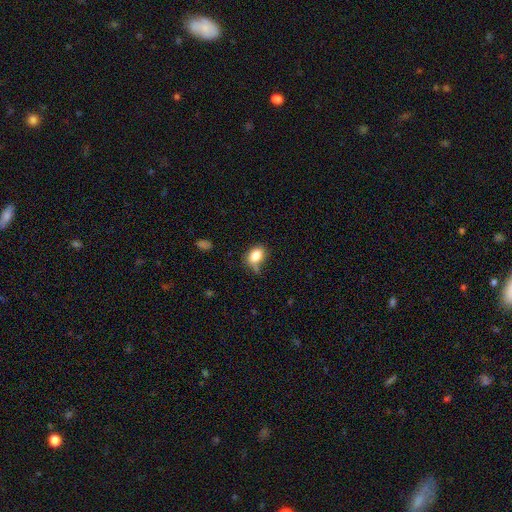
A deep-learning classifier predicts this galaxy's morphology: Q: Smooth or featured?
A: smooth (83%); runner-up: star or artifact (9%)
Q: How rounded?
A: in between (75%); runner-up: round (24%)
Q: Merging?
A: none (58%); runner-up: minor disturbance (27%)